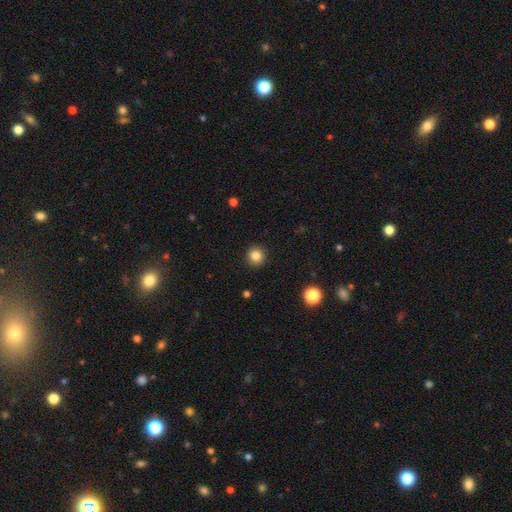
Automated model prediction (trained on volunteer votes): A smooth galaxy with no disk features (84%) that is round (93%).

Vote fractions:
- Smooth or featured? smooth: 84% / star or artifact: 11% / featured or disk: 5%
- How rounded? round: 93% / in between: 6% / cigar-shaped: 1%
- Merging? none: 92% / minor disturbance: 5% / major disturbance: 2% / merger: 1%